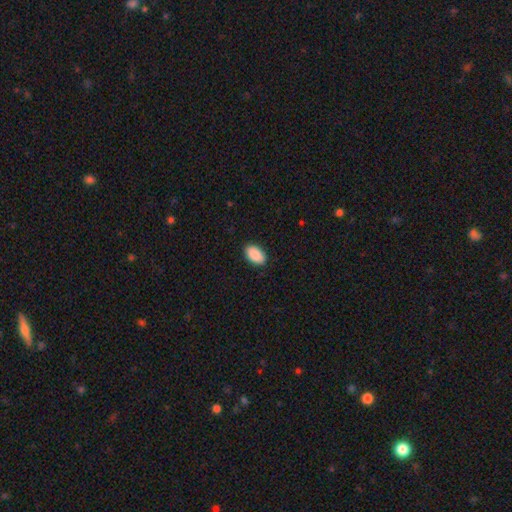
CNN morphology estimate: smooth-or-featured: smooth: 91% | star or artifact: 6% | featured or disk: 3%
  how-rounded: in between: 94% | round: 4% | cigar-shaped: 1%
  merging: none: 90% | minor disturbance: 8% | major disturbance: 2% | merger: 1%